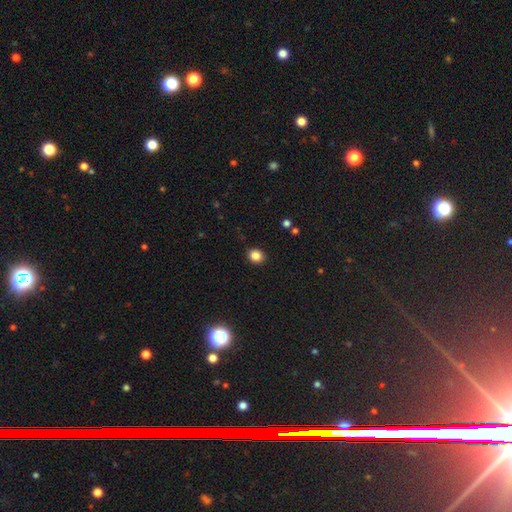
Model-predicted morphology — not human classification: Overall: smooth (84%). How rounded: round (74%). Merging: none (89%).